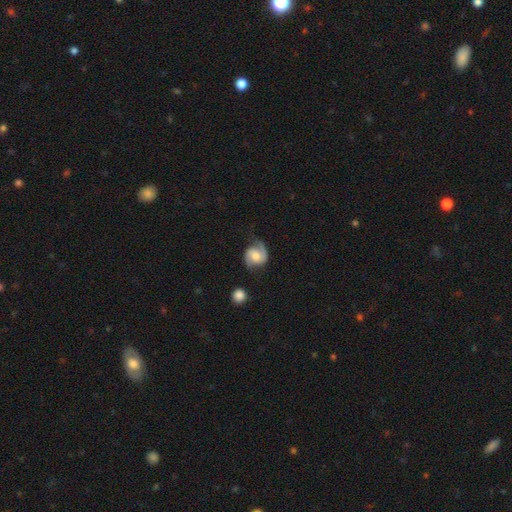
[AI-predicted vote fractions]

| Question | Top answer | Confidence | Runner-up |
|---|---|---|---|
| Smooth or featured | featured or disk | 78% | smooth (16%) |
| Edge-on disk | no | 98% | yes (2%) |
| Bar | no | 54% | weak (38%) |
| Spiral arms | yes | 96% | no (4%) |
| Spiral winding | medium | 49% | tight (29%) |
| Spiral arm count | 2 | 86% | 1 (7%) |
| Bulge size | moderate | 56% | small (22%) |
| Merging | none | 68% | minor disturbance (21%) |